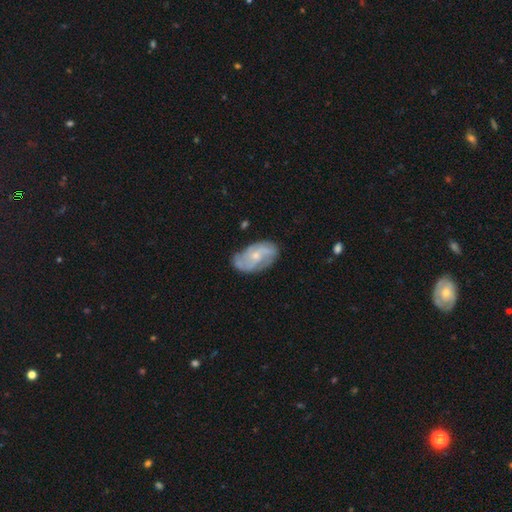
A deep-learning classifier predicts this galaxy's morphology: A featured or disk galaxy (75%) with no bar (63%), 2 (47%) medium (46%) spiral arms (91%) and a small central bulge (64%).

Vote fractions:
- Smooth or featured? featured or disk: 75% / smooth: 19% / star or artifact: 6%
- Edge-on disk? no: 96% / yes: 4%
- Bar? no: 63% / weak: 32% / strong: 5%
- Spiral arms? yes: 91% / no: 9%
- Spiral winding? medium: 46% / tight: 29% / loose: 25%
- Spiral arm count? 2: 47% / can't tell: 21% / 3: 20% / 4: 6% / 1: 4% / more than 4: 3%
- Bulge size? small: 64% / moderate: 30% / none: 4% / large: 1% / dominant: 1%
- Merging? none: 70% / minor disturbance: 22% / major disturbance: 6% / merger: 2%